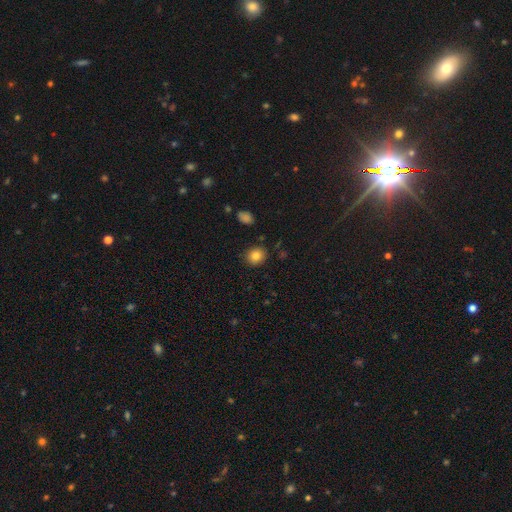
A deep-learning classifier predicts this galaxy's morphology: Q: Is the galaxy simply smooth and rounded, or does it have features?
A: smooth — 83%.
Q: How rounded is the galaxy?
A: round — 78%.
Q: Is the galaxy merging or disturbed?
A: none — 88%.